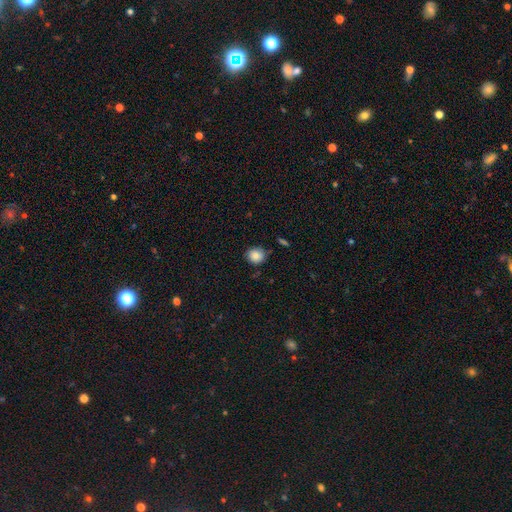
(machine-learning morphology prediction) Overall: smooth (86%). How rounded: round (76%). Merging: none (81%).